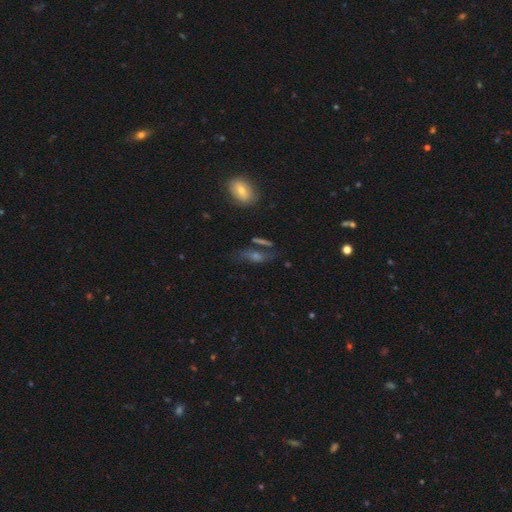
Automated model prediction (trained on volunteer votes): Smooth or featured? featured or disk (50%)
Edge-on disk? no (67%)
Merging? none (62%)